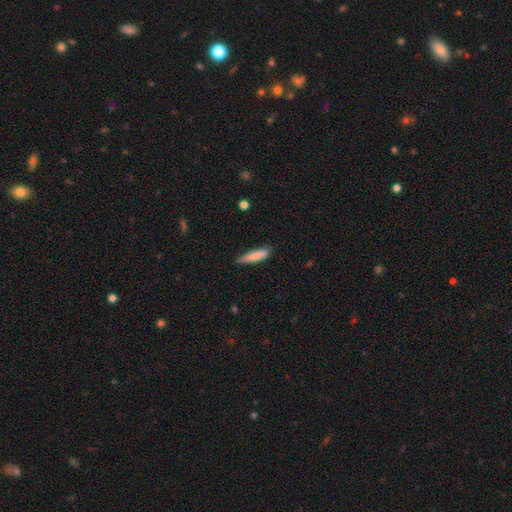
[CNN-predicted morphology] Overall: smooth (82%). How rounded: cigar-shaped (80%). Merging: none (74%).